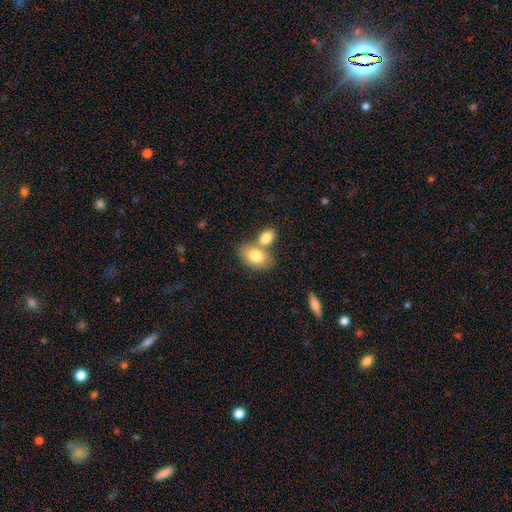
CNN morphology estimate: Smooth or featured? Predicted: smooth (p=0.79). How rounded? Predicted: in between (p=0.89). Merging? Predicted: merger (p=0.47).